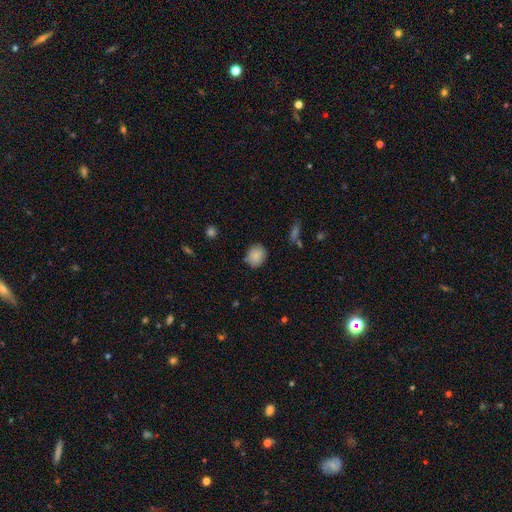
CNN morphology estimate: type=smooth (85%); roundness=round (67%); merging=none (83%).